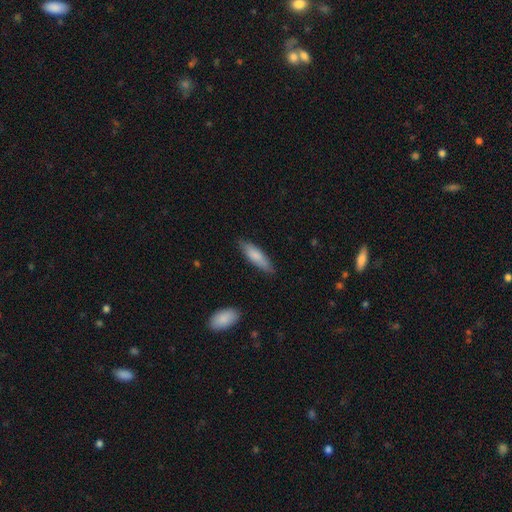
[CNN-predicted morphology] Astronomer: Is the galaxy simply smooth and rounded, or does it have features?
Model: smooth — 79%.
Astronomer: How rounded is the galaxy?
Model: cigar-shaped — 58% (runner-up: in between, 40%).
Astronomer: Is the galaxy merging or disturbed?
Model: none — 79%.